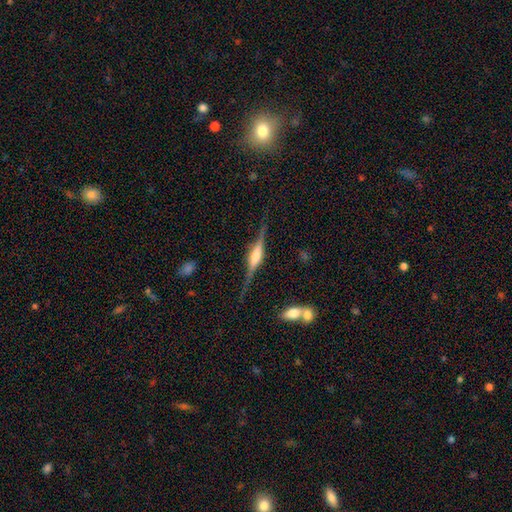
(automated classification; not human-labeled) This appears to be a featured or disk galaxy (82%) viewed edge-on (97%) with a rounded central bulge (65%). Merging: none (82%).